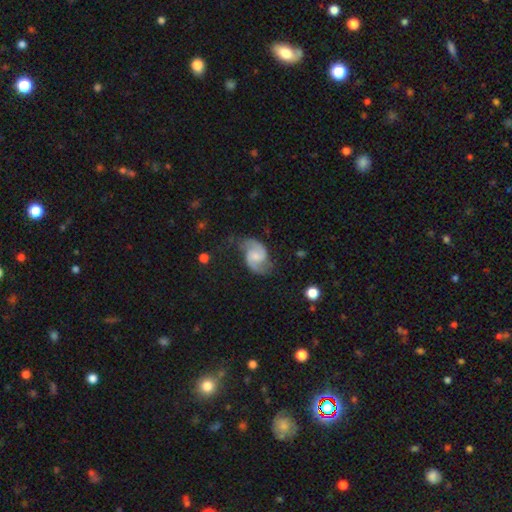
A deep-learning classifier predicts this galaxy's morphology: A featured or disk galaxy (86%) with no bar (48%), 2 (93%) medium (53%) spiral arms (97%) and a small central bulge (44%). Merging: none (70%).